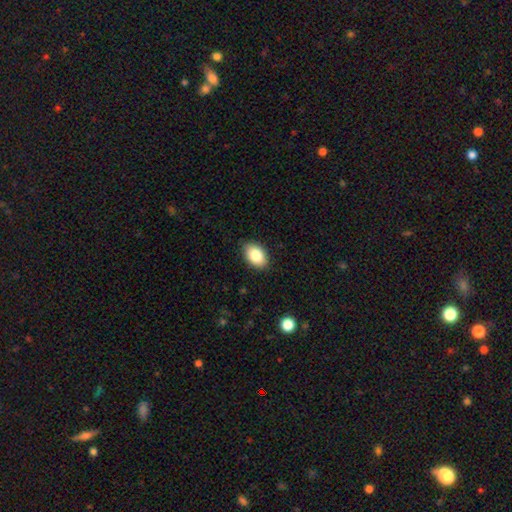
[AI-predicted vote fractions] Smooth or featured? smooth (83%)
How rounded? in between (88%)
Merging? none (87%)